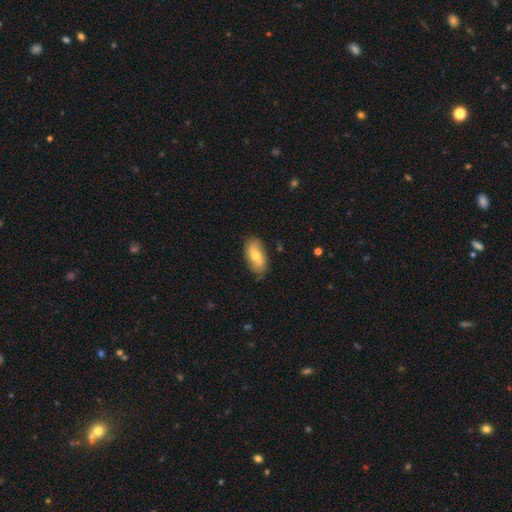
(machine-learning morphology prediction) Q: Smooth or featured?
A: smooth (59%); runner-up: featured or disk (34%)
Q: How rounded?
A: in between (90%); runner-up: cigar-shaped (6%)
Q: Merging?
A: none (78%); runner-up: minor disturbance (17%)